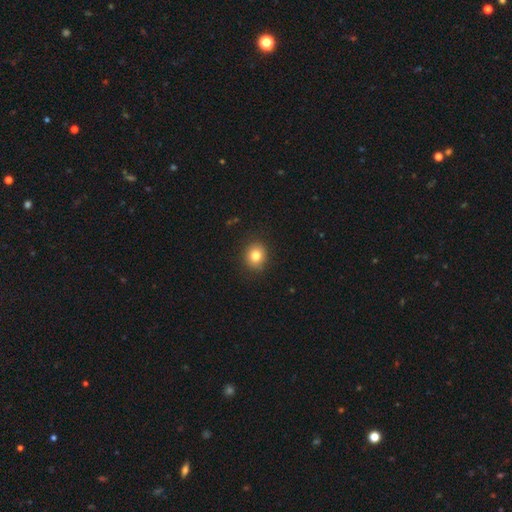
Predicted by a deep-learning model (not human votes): A smooth galaxy with no disk features (82%) that is round (76%).

Vote fractions:
- Smooth or featured? smooth: 82% / star or artifact: 11% / featured or disk: 8%
- How rounded? round: 76% / in between: 23% / cigar-shaped: 1%
- Merging? none: 90% / minor disturbance: 7% / major disturbance: 2% / merger: 1%